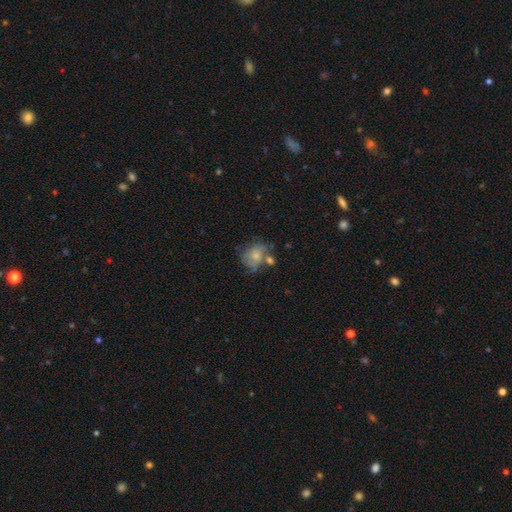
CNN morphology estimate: Smooth or featured? Predicted: smooth (p=0.56). How rounded? Predicted: round (p=0.58). Merging? Predicted: none (p=0.40).